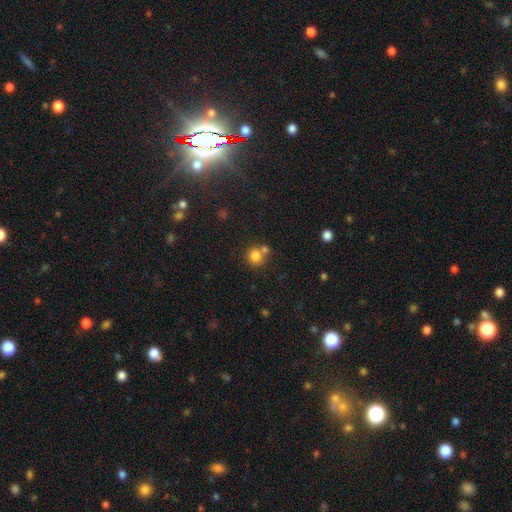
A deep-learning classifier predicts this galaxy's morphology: Smooth or featured? Predicted: smooth (p=0.81). How rounded? Predicted: round (p=0.91). Merging? Predicted: none (p=0.57).